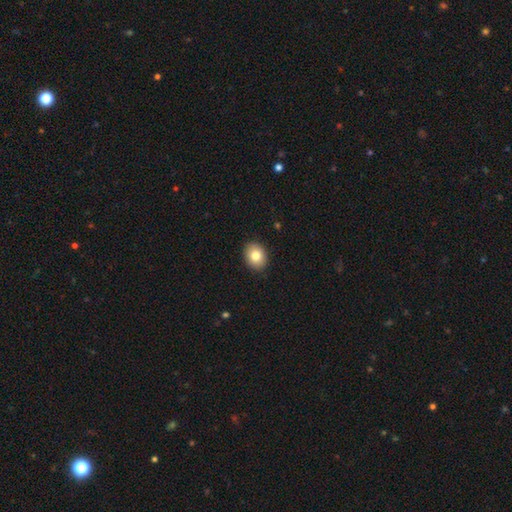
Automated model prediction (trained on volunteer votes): This is clearly a smooth galaxy (81%). How rounded: possibly in between (51%). Merging: clearly none (91%).